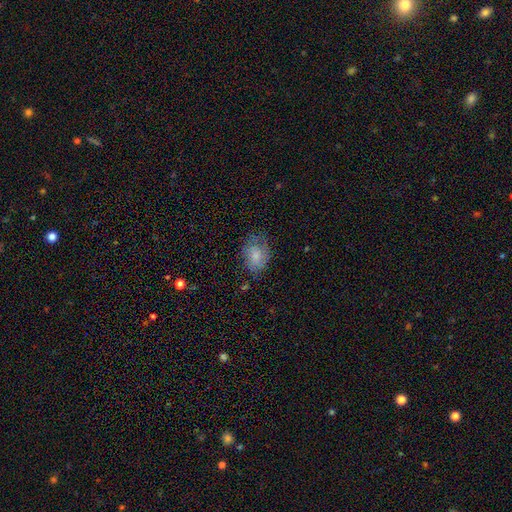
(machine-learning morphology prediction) type=smooth (68%); roundness=in between (66%); merging=none (57%).